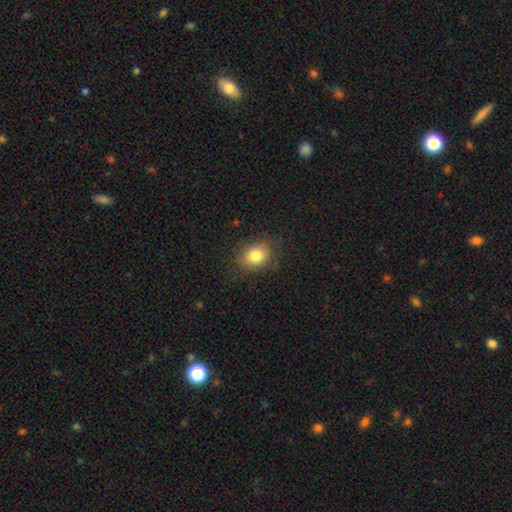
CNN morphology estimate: smooth-or-featured: smooth: 82% | star or artifact: 10% | featured or disk: 8%
  how-rounded: in between: 53% | round: 46% | cigar-shaped: 1%
  merging: none: 83% | minor disturbance: 13% | major disturbance: 4% | merger: 1%